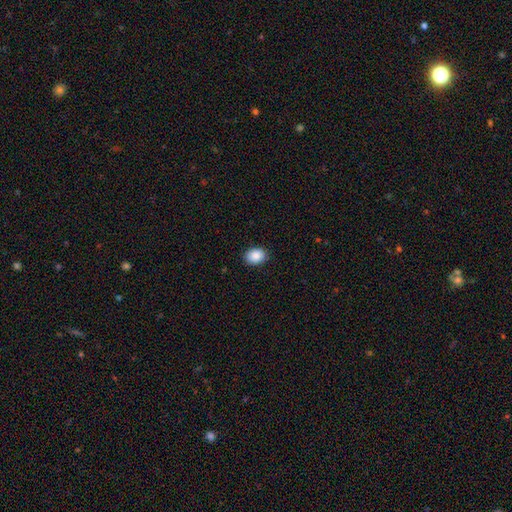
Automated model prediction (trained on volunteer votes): A smooth galaxy with no disk features (89%) that is in between round and cigar-shaped (66%). Merging: none (90%).